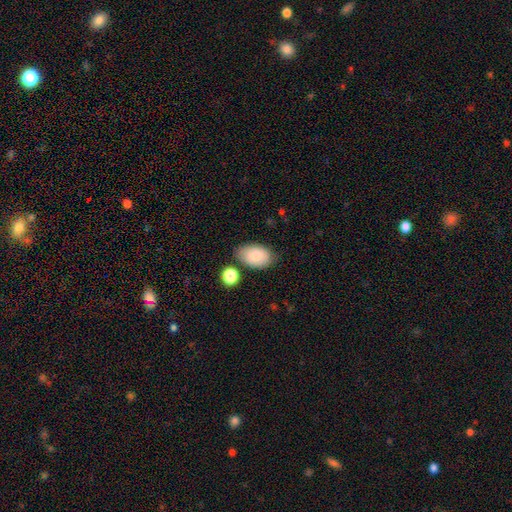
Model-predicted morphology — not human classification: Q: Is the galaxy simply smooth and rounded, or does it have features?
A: smooth — 86%.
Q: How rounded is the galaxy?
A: in between — 92%.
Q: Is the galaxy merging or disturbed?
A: none — 71%.